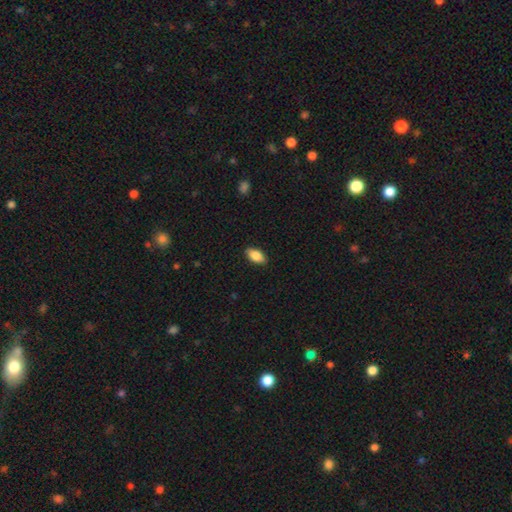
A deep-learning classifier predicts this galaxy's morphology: smooth-or-featured: smooth: 85% | featured or disk: 8% | star or artifact: 7%
  how-rounded: in between: 91% | cigar-shaped: 5% | round: 4%
  merging: none: 89% | minor disturbance: 8% | major disturbance: 2% | merger: 1%